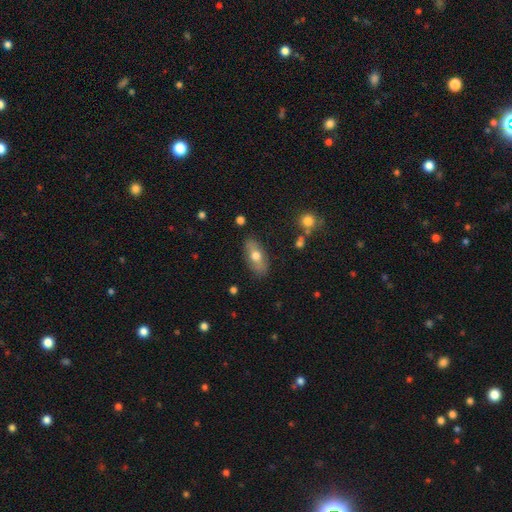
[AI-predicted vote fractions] Q: Smooth or featured?
A: smooth (63%); runner-up: featured or disk (30%)
Q: How rounded?
A: in between (83%); runner-up: cigar-shaped (12%)
Q: Merging?
A: none (83%); runner-up: minor disturbance (12%)